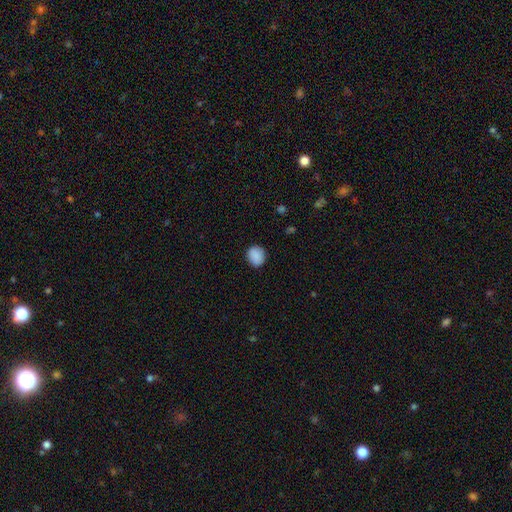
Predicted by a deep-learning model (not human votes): Smooth or featured? smooth (89%)
How rounded? round (73%)
Merging? none (86%)